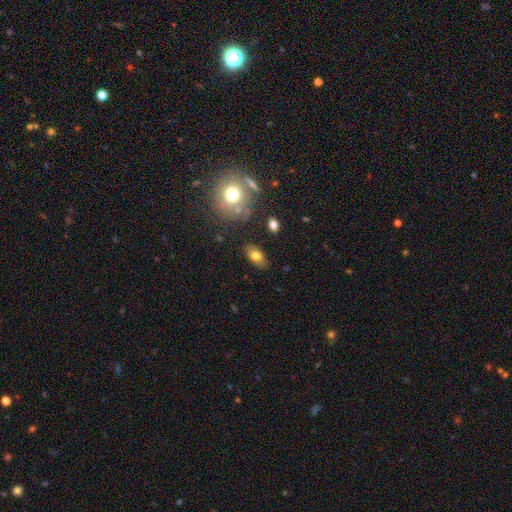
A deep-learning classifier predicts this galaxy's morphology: Q: Smooth or featured?
A: smooth (72%); runner-up: featured or disk (18%)
Q: How rounded?
A: in between (88%); runner-up: round (8%)
Q: Merging?
A: none (82%); runner-up: minor disturbance (12%)